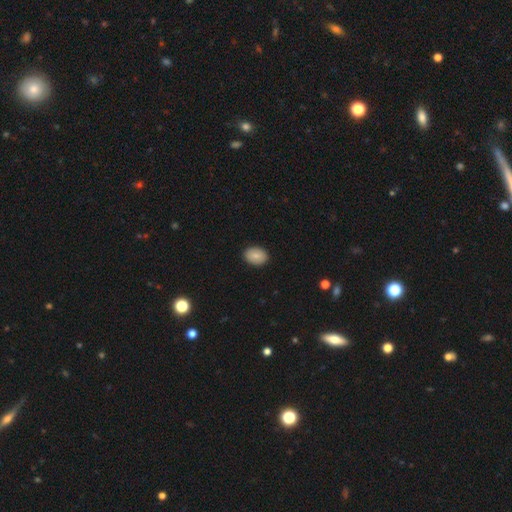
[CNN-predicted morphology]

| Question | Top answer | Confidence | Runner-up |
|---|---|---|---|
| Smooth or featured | smooth | 83% | featured or disk (9%) |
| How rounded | in between | 77% | round (22%) |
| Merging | none | 89% | minor disturbance (8%) |